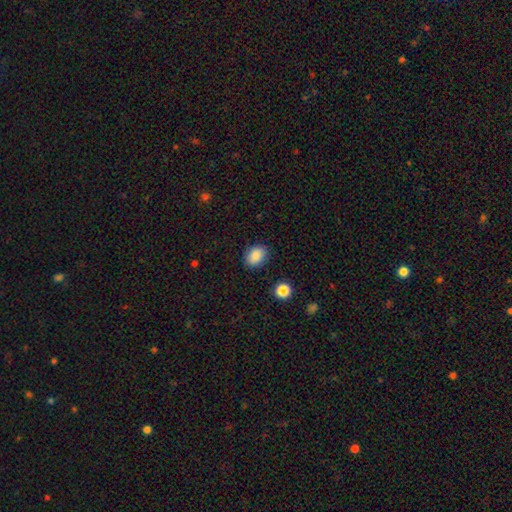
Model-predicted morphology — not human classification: smooth-or-featured: smooth: 87% | star or artifact: 8% | featured or disk: 5%
  how-rounded: in between: 70% | round: 29% | cigar-shaped: 1%
  merging: none: 85% | minor disturbance: 11% | major disturbance: 3% | merger: 1%